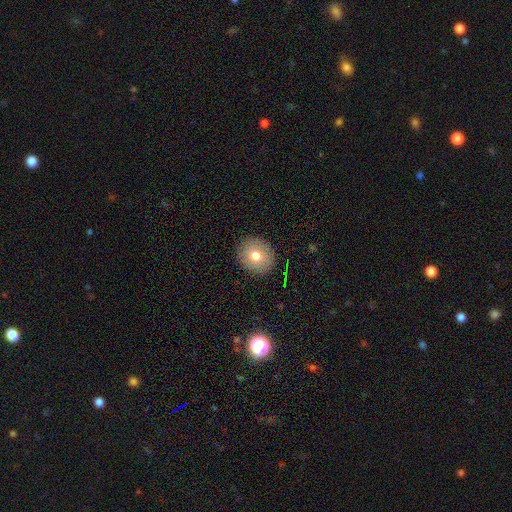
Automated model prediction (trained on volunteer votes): This appears to be a smooth galaxy with no disk features (73%) that is round (76%). Merging: none (89%).